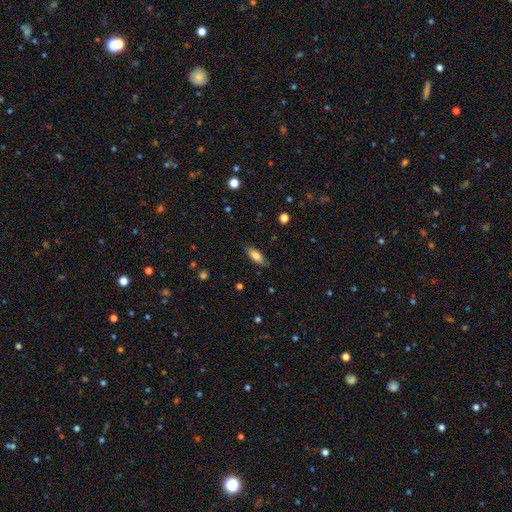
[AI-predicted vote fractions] The model was most divided on "how rounded": in between: 75%, cigar-shaped: 23%, round: 2%. More confident: merging — none (82%); smooth or featured — smooth (80%).